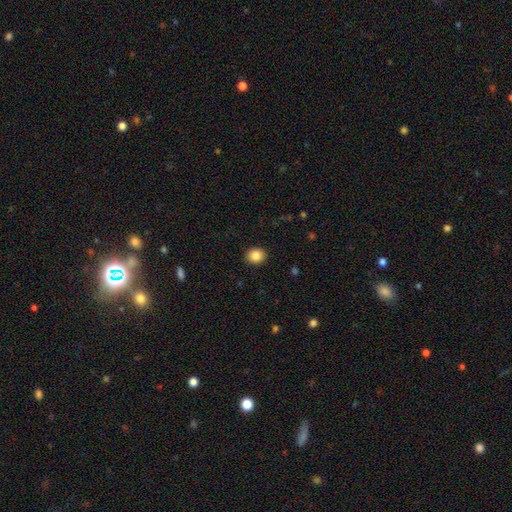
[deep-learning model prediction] A smooth galaxy with no disk features (86%) that is round (68%).

Vote fractions:
- Smooth or featured? smooth: 86% / star or artifact: 9% / featured or disk: 5%
- How rounded? round: 68% / in between: 31% / cigar-shaped: 1%
- Merging? none: 91% / minor disturbance: 6% / major disturbance: 2% / merger: 1%